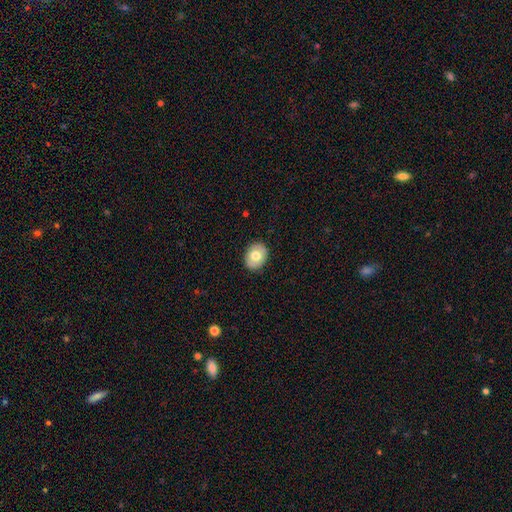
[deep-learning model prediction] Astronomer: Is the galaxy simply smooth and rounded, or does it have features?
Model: smooth — 65%.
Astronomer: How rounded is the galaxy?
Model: in between — 53% (runner-up: round, 47%).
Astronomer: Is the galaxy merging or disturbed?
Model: none — 87%.